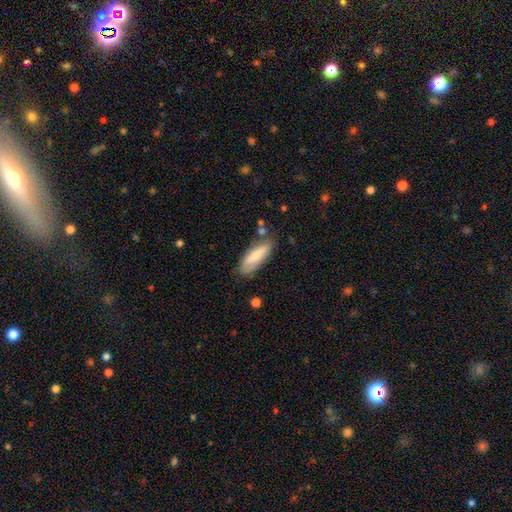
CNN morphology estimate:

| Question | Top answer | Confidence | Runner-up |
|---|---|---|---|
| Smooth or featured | smooth | 66% | featured or disk (28%) |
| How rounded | in between | 55% | cigar-shaped (43%) |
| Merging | none | 73% | minor disturbance (19%) |